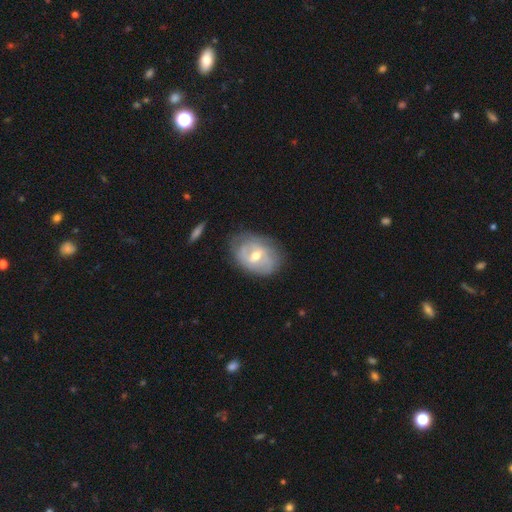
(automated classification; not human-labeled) This appears to be a featured or disk galaxy (66%) with a weak bar (52%), spiral arms (69%) and a moderate central bulge (71%). Merging: none (71%).